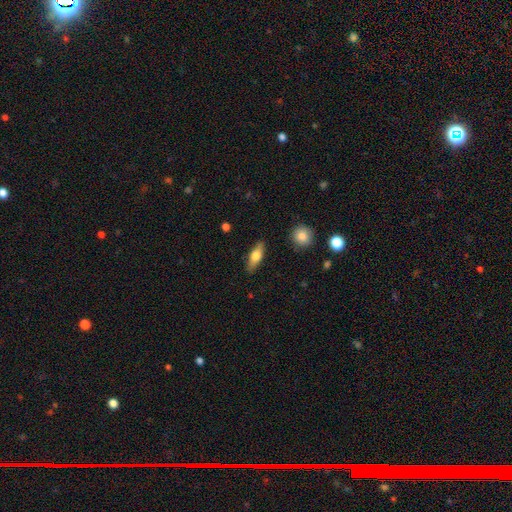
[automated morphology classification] smooth 65%, featured or disk 29%, star or artifact 6%. Down the decision tree: how rounded — in between (61%); merging — none (86%).